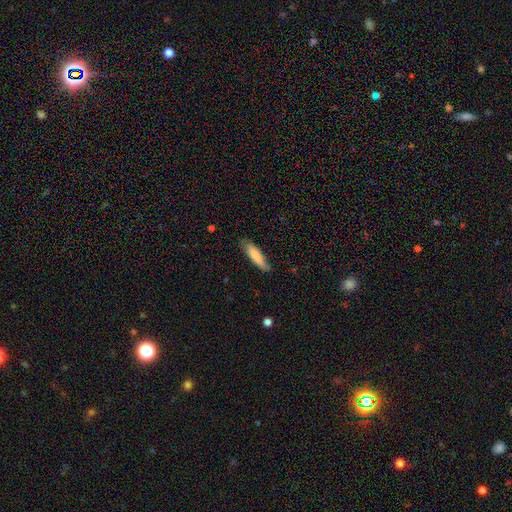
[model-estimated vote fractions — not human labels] A smooth galaxy with no disk features (78%) that is cigar-shaped (63%).

Vote fractions:
- Smooth or featured? smooth: 78% / featured or disk: 16% / star or artifact: 6%
- How rounded? cigar-shaped: 63% / in between: 35% / round: 1%
- Merging? none: 76% / minor disturbance: 20% / major disturbance: 3% / merger: 1%